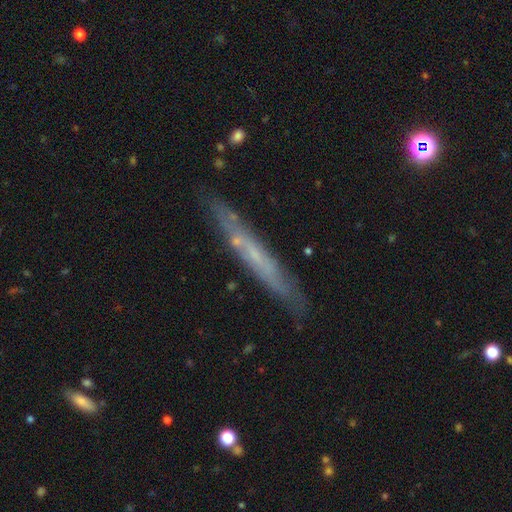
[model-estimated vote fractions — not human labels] smooth_or_featured: featured or disk (p=0.57) [alt: smooth p=0.36]
disk_edge_on: yes (p=0.82) [alt: no p=0.18]
merging: none (p=0.81) [alt: minor disturbance p=0.13]